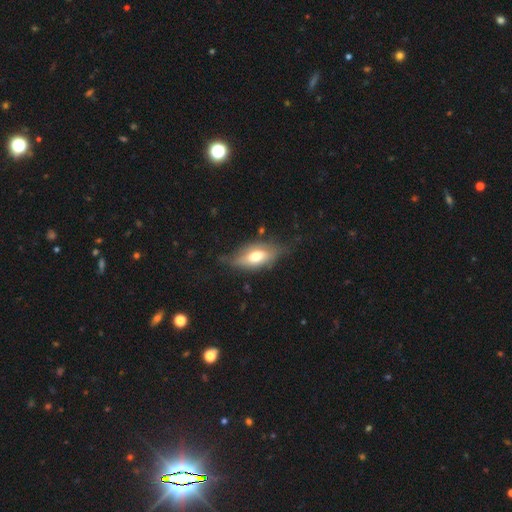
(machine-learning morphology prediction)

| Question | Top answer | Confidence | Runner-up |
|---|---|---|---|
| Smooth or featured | smooth | 60% | featured or disk (33%) |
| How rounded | in between | 84% | cigar-shaped (12%) |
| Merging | none | 59% | minor disturbance (29%) |